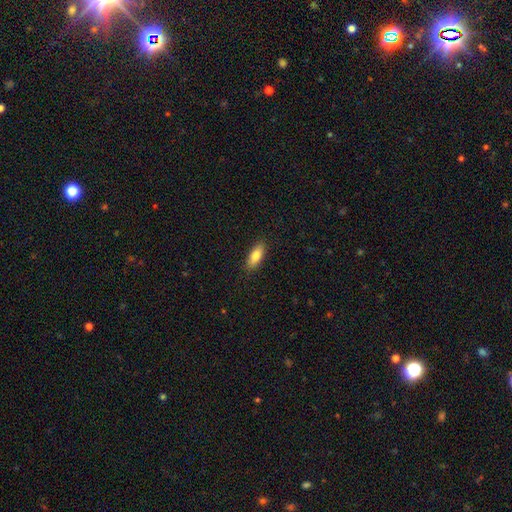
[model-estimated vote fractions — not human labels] Q: Smooth or featured?
A: smooth (82%); runner-up: featured or disk (11%)
Q: How rounded?
A: in between (74%); runner-up: cigar-shaped (23%)
Q: Merging?
A: none (88%); runner-up: minor disturbance (9%)